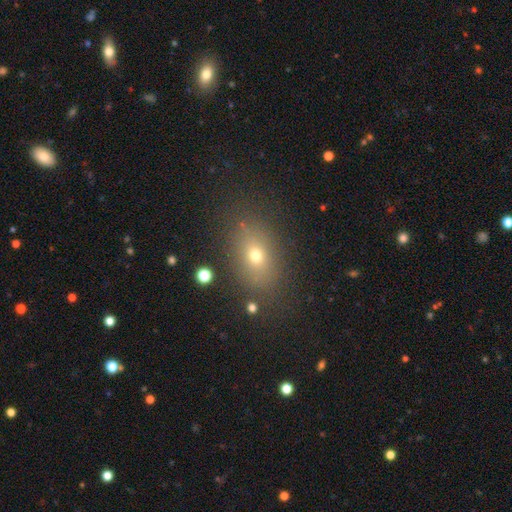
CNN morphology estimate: This is likely a smooth galaxy (64%). How rounded: likely in between (74%). Merging: clearly none (83%).